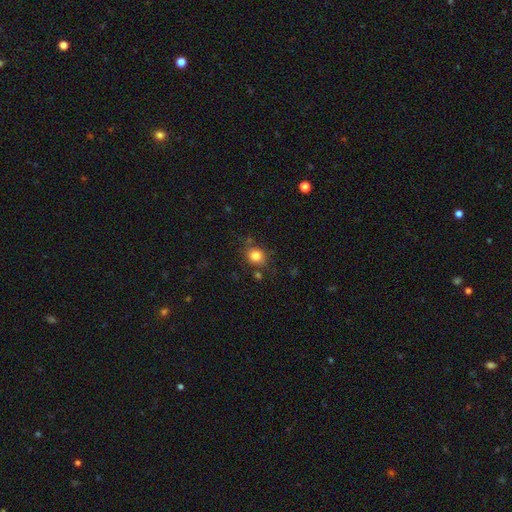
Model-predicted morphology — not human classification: smooth 82%, star or artifact 11%, featured or disk 7%. Down the decision tree: how rounded — round (73%); merging — none (75%).